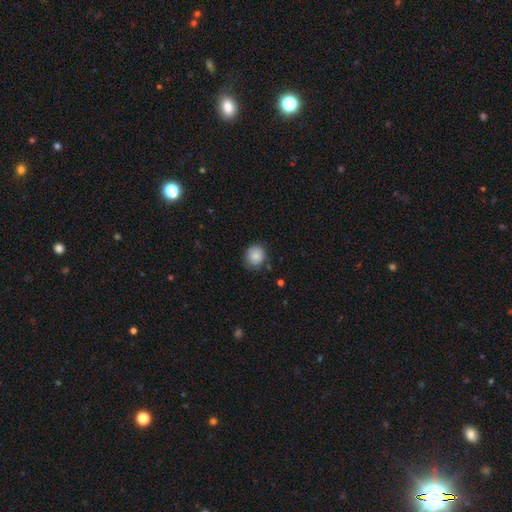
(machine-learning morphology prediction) This appears to be a smooth galaxy with no disk features (85%) that is round (82%). Merging: none (77%).